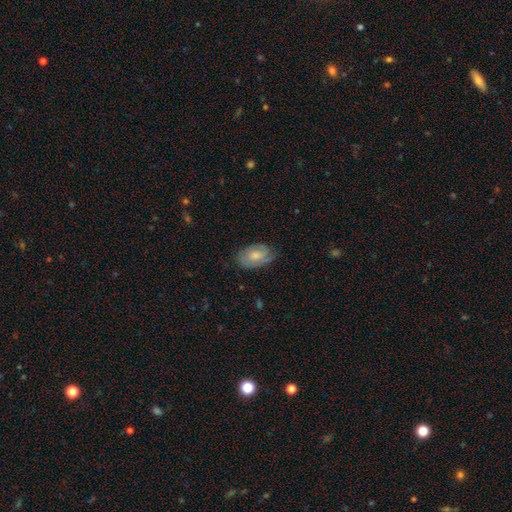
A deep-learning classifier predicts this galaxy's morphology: Smooth or featured?
  - smooth: 51% *
  - featured or disk: 42%
  - star or artifact: 7%
How rounded?
  - in between: 91% *
  - round: 7%
  - cigar-shaped: 2%
Merging?
  - none: 68% *
  - minor disturbance: 24%
  - major disturbance: 7%
  - merger: 1%